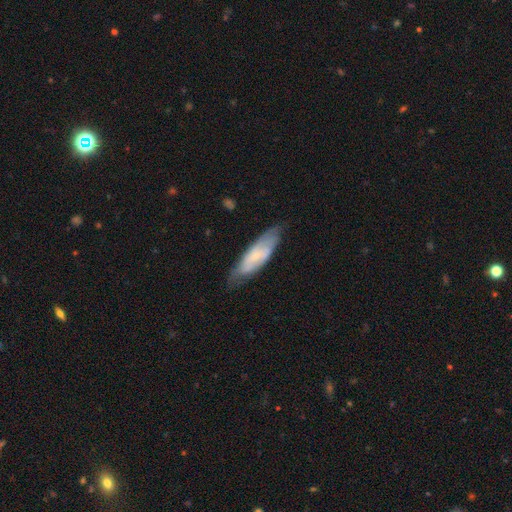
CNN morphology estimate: This is possibly a smooth galaxy (52%). How rounded: possibly cigar-shaped (56%). Merging: likely none (71%).